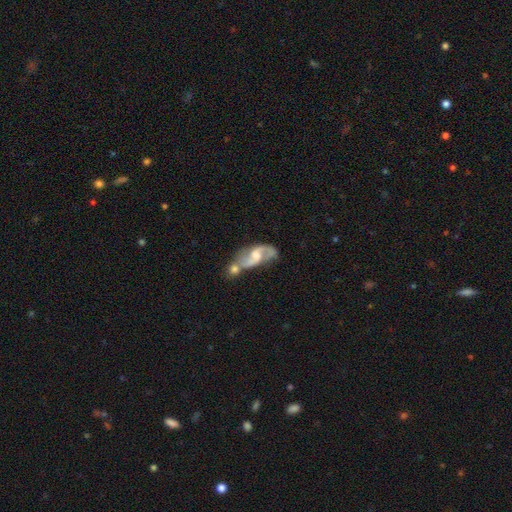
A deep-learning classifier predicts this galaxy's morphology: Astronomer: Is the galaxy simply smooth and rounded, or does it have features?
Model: featured or disk — 82%.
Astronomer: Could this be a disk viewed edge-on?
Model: no — 95%.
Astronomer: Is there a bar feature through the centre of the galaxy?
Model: weak — 48% (runner-up: no, 39%).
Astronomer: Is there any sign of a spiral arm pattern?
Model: yes — 93%.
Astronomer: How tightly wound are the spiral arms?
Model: loose — 59%.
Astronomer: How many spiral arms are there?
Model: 2 — 91%.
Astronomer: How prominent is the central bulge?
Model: moderate — 51% (runner-up: small, 30%).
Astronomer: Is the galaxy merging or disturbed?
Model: merger — 42% (runner-up: none, 35%).